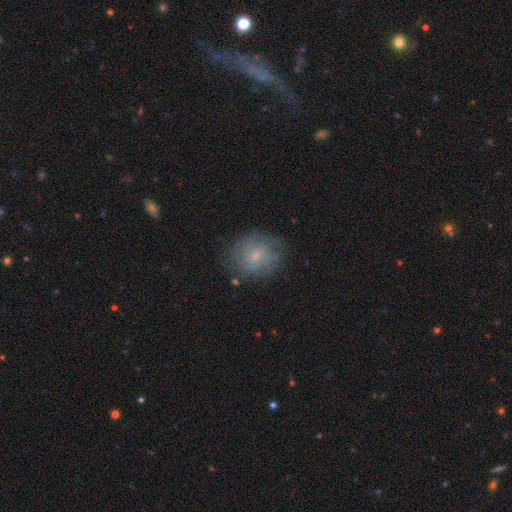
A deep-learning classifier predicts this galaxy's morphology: Smooth or featured? Predicted: featured or disk (p=0.51). Edge-on disk? Predicted: no (p=0.97). Merging? Predicted: none (p=0.74).